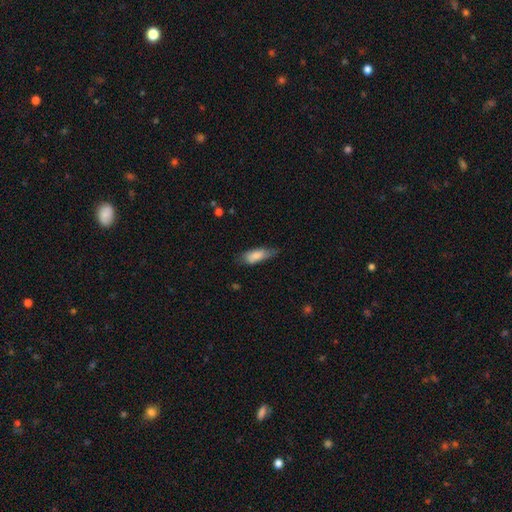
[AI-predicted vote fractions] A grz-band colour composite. It shows a smooth galaxy with no disk features (79%) that is in between round and cigar-shaped (67%). Merging: none (56%).